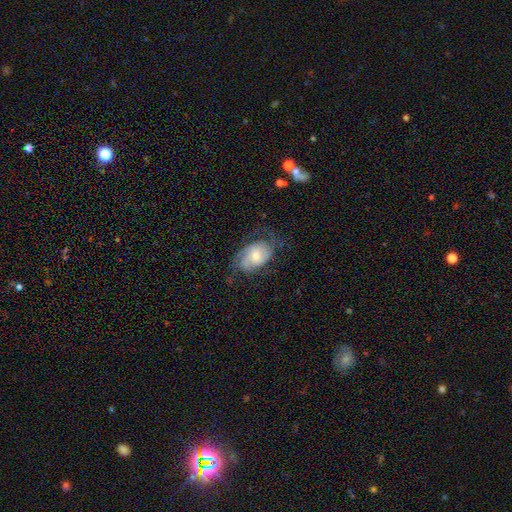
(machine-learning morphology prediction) Smooth or featured? featured or disk (69%)
Edge-on disk? no (96%)
Bar? no (63%)
Spiral arms? yes (90%)
Spiral winding? medium (41%)
Spiral arm count? 2 (40%)
Bulge size? moderate (46%)
Merging? none (57%)